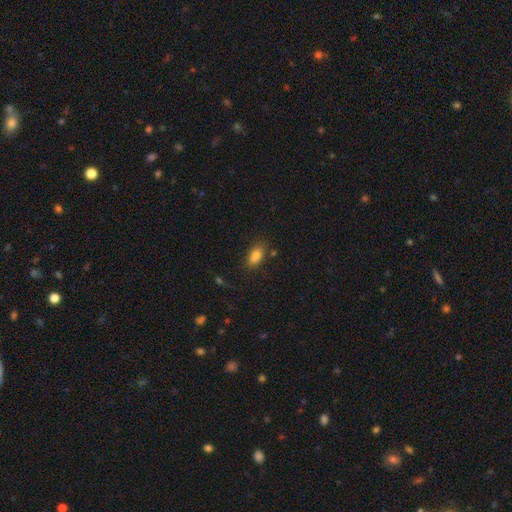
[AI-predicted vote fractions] A smooth galaxy with no disk features (84%) that is in between round and cigar-shaped (89%).

Vote fractions:
- Smooth or featured? smooth: 84% / star or artifact: 9% / featured or disk: 7%
- How rounded? in between: 89% / round: 7% / cigar-shaped: 5%
- Merging? none: 76% / minor disturbance: 15% / major disturbance: 4% / merger: 4%